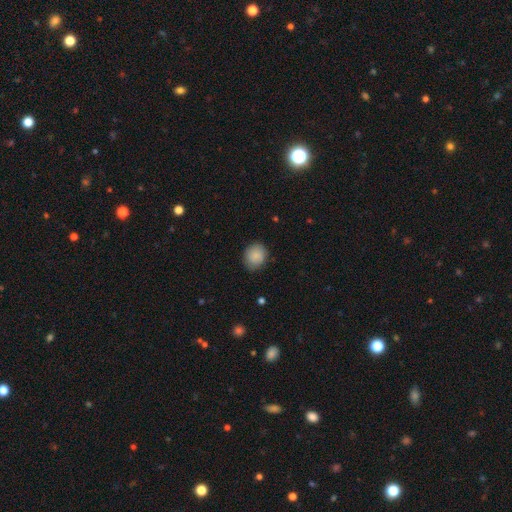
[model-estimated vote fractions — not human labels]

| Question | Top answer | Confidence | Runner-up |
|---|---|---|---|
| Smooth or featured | smooth | 88% | star or artifact (7%) |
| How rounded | round | 70% | in between (29%) |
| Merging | none | 84% | minor disturbance (13%) |